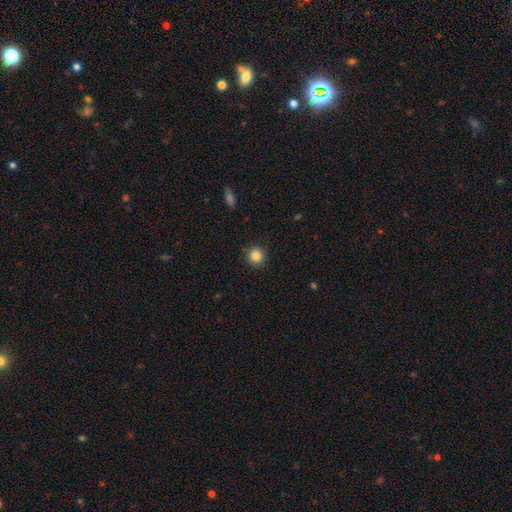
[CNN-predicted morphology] smooth-or-featured: smooth: 85% | star or artifact: 10% | featured or disk: 5%
  how-rounded: round: 93% | in between: 6% | cigar-shaped: 1%
  merging: none: 91% | minor disturbance: 6% | major disturbance: 2% | merger: 1%